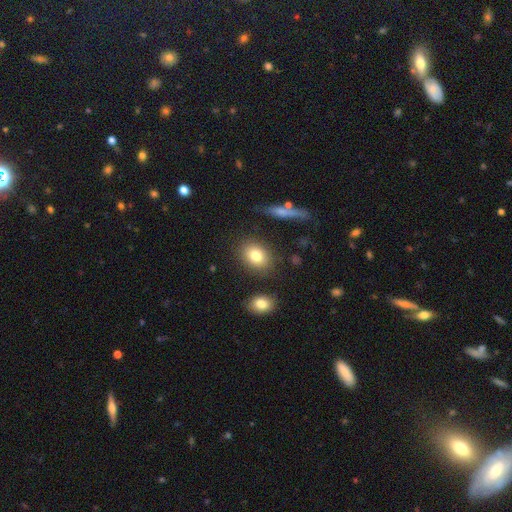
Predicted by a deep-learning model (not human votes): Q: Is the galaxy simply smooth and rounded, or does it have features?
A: smooth — 80%.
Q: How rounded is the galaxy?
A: in between — 64%.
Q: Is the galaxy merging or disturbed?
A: none — 82%.